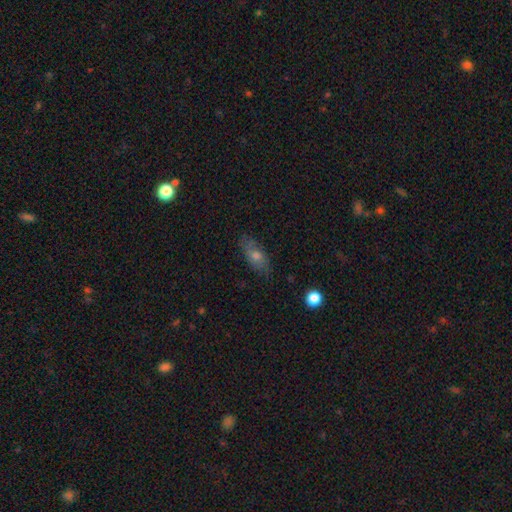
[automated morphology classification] Q: Smooth or featured?
A: smooth (53%); runner-up: featured or disk (35%)
Q: How rounded?
A: in between (75%); runner-up: cigar-shaped (19%)
Q: Merging?
A: none (79%); runner-up: minor disturbance (16%)